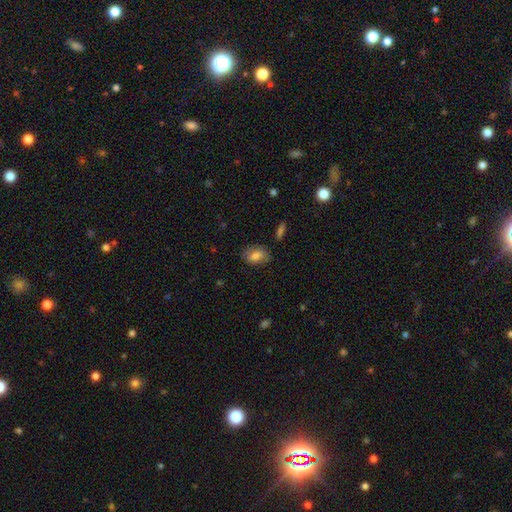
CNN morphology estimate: Smooth or featured?
  - smooth: 77% *
  - featured or disk: 15%
  - star or artifact: 8%
How rounded?
  - in between: 84% *
  - round: 15%
  - cigar-shaped: 2%
Merging?
  - none: 75% *
  - minor disturbance: 18%
  - major disturbance: 5%
  - merger: 2%